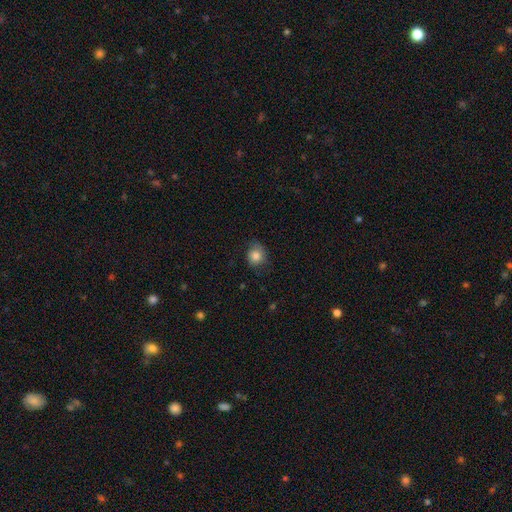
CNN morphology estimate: The model was most divided on "merging": none: 70%, minor disturbance: 23%, major disturbance: 6%, merger: 1%. More confident: smooth or featured — smooth (83%); how rounded — round (74%).